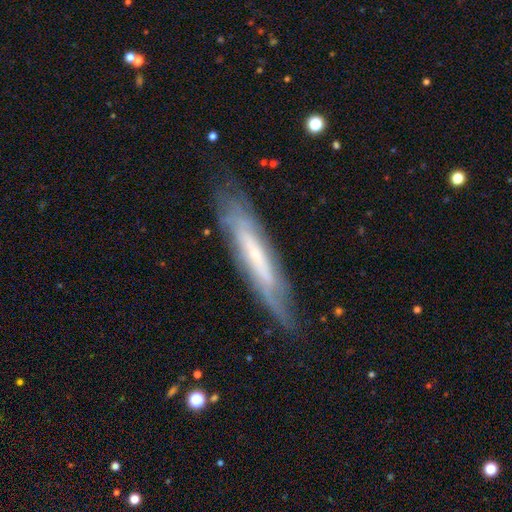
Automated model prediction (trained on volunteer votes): smooth_or_featured: featured or disk (p=0.66) [alt: smooth p=0.27]
disk_edge_on: yes (p=0.61) [alt: no p=0.39]
merging: none (p=0.74) [alt: minor disturbance p=0.18]